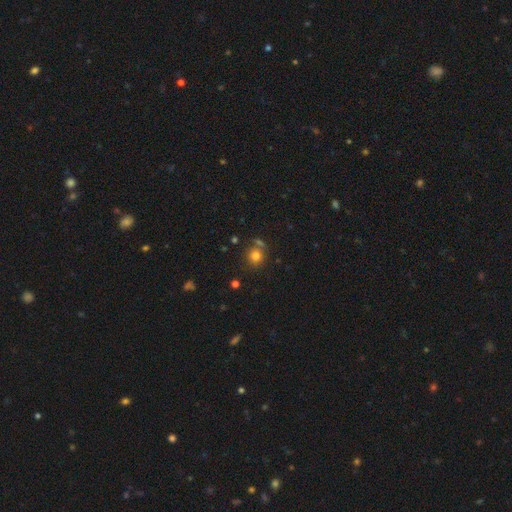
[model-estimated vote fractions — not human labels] Smooth or featured? smooth (80%)
How rounded? round (90%)
Merging? none (71%)